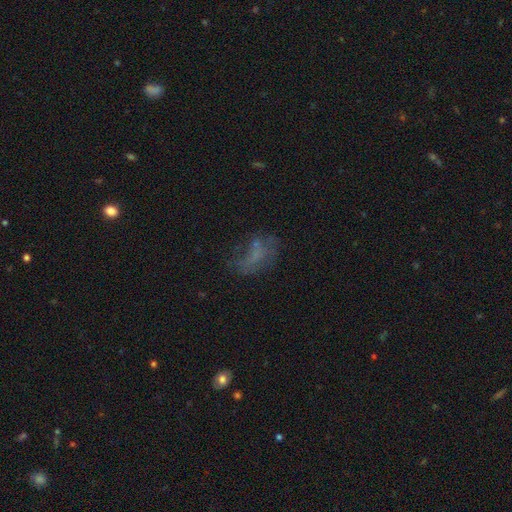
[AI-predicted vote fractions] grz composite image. It shows a smooth galaxy with no disk features (41%). Merging: none (43%).